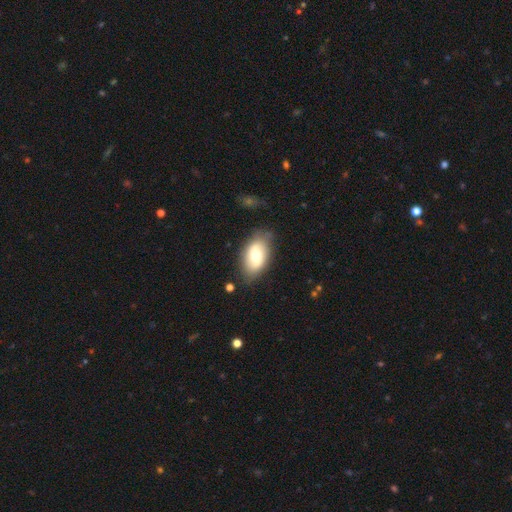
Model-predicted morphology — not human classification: Smooth or featured?
  - smooth: 63% *
  - featured or disk: 31%
  - star or artifact: 7%
How rounded?
  - in between: 91% *
  - round: 7%
  - cigar-shaped: 2%
Merging?
  - none: 73% *
  - minor disturbance: 19%
  - major disturbance: 5%
  - merger: 2%